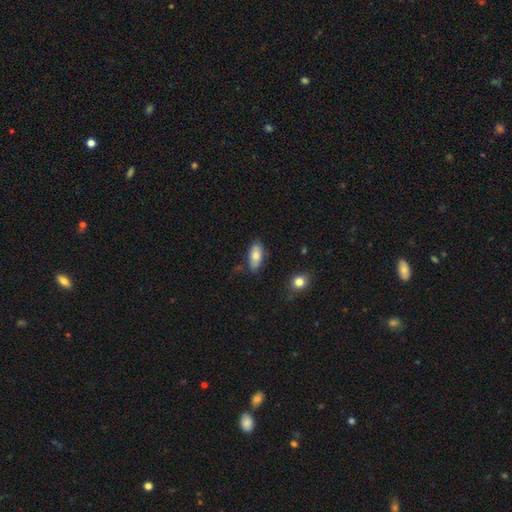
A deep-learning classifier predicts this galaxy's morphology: Smooth or featured? Predicted: smooth (p=0.77). How rounded? Predicted: in between (p=0.88). Merging? Predicted: none (p=0.74).